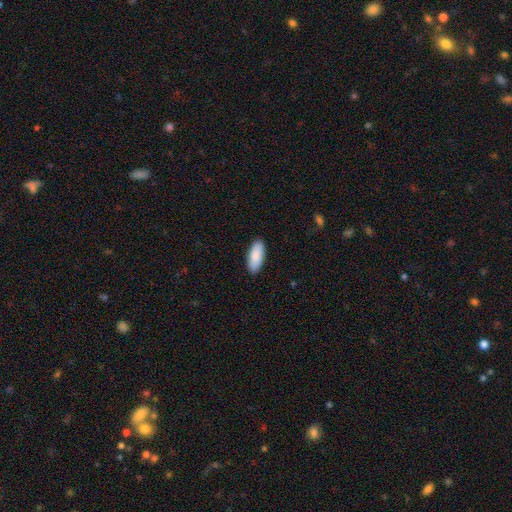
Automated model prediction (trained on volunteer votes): A smooth galaxy with no disk features (88%) that is in between round and cigar-shaped (82%).

Vote fractions:
- Smooth or featured? smooth: 88% / featured or disk: 7% / star or artifact: 5%
- How rounded? in between: 82% / cigar-shaped: 16% / round: 2%
- Merging? none: 90% / minor disturbance: 8% / major disturbance: 2% / merger: 1%